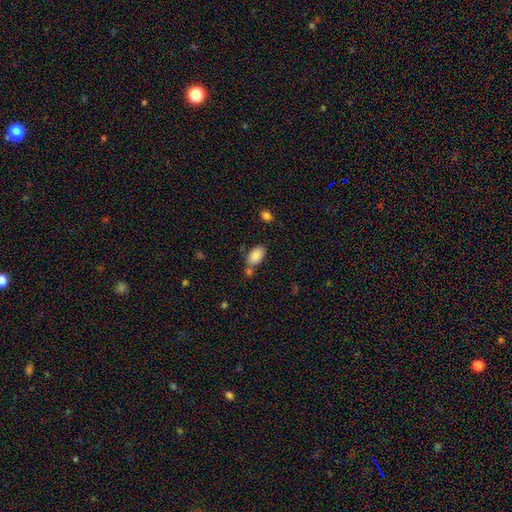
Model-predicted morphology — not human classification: Overall: smooth (87%). How rounded: in between (93%). Merging: none (64%).